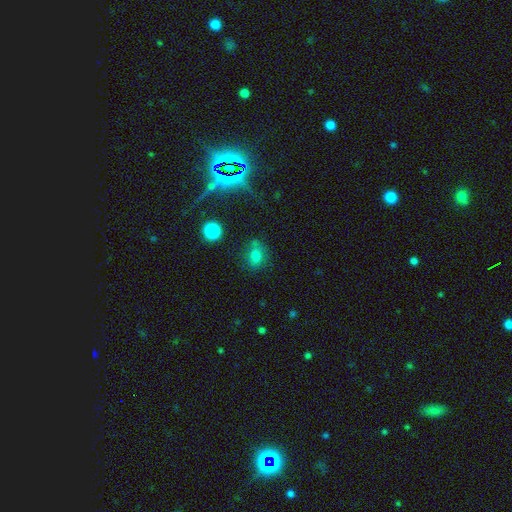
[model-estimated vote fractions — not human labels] The model was most divided on "how rounded": in between: 62%, round: 35%, cigar-shaped: 2%. More confident: smooth or featured — smooth (72%); merging — none (60%).